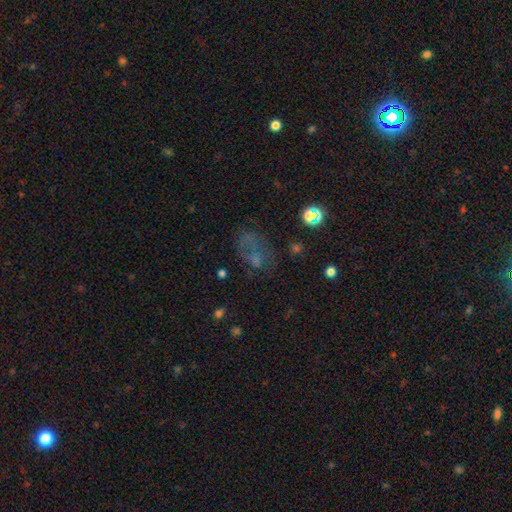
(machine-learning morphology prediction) type=smooth (42%); merging=none (42%).